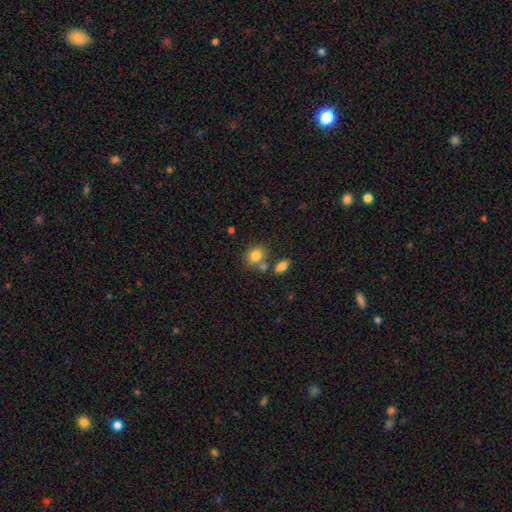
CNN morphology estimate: A smooth galaxy with no disk features (82%) that is in between round and cigar-shaped (50%). Merging: none (60%).